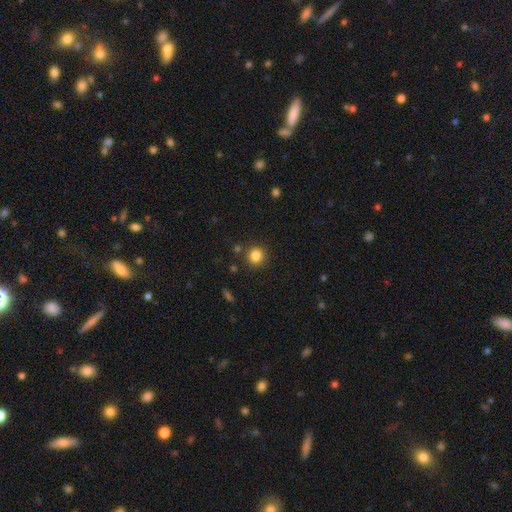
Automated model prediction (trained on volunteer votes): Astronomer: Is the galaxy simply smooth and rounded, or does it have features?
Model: smooth — 84%.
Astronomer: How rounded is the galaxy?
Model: round — 87%.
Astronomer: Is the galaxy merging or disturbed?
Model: none — 86%.